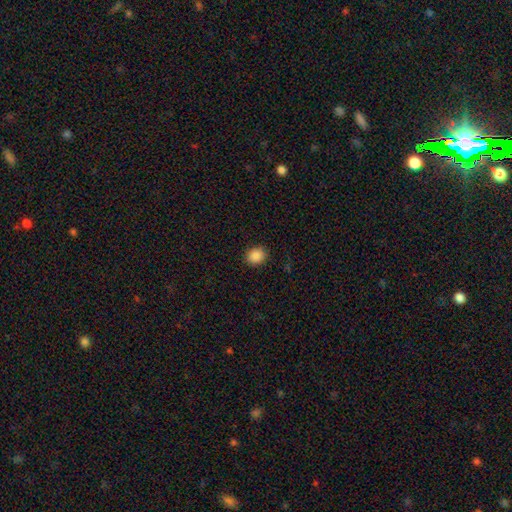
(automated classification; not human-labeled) A smooth galaxy with no disk features (88%) that is round (54%).

Vote fractions:
- Smooth or featured? smooth: 88% / star or artifact: 9% / featured or disk: 3%
- How rounded? round: 54% / in between: 45% / cigar-shaped: 1%
- Merging? none: 90% / minor disturbance: 7% / major disturbance: 2% / merger: 1%